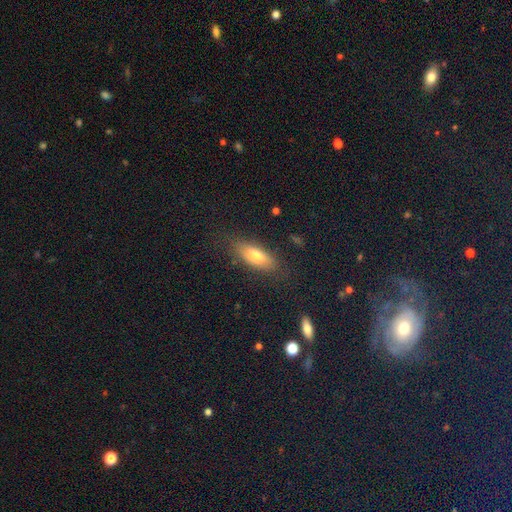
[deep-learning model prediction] Smooth or featured: smooth — 73% (featured or disk — 18%)
How rounded: in between — 73% (cigar-shaped — 23%)
Merging: none — 81% (minor disturbance — 14%)